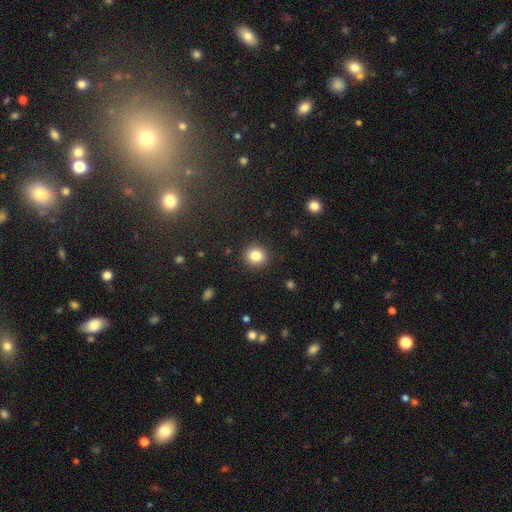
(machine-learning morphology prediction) Smooth or featured? smooth (83%)
How rounded? round (88%)
Merging? none (90%)